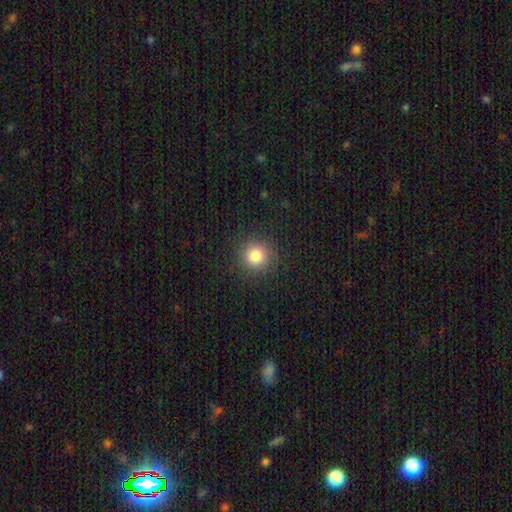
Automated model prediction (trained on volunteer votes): Overall: smooth (83%). How rounded: round (94%). Merging: none (91%).